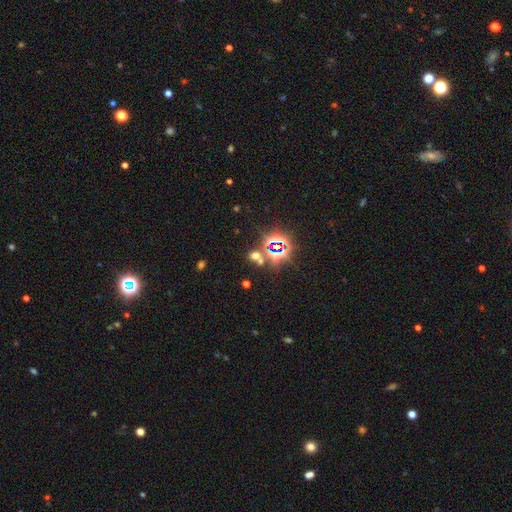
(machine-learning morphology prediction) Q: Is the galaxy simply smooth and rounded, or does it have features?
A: star or artifact — 59%.